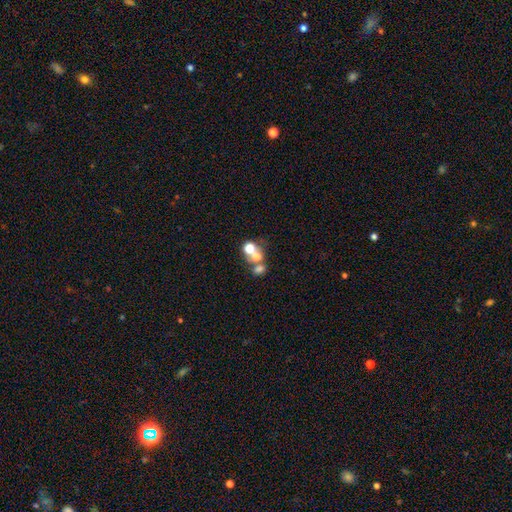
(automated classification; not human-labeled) A smooth galaxy with no disk features (57%) that is round (55%).

Vote fractions:
- Smooth or featured? smooth: 57% / featured or disk: 25% / star or artifact: 18%
- How rounded? round: 55% / in between: 44% / cigar-shaped: 1%
- Merging? merger: 60% / none: 26% / major disturbance: 7% / minor disturbance: 7%